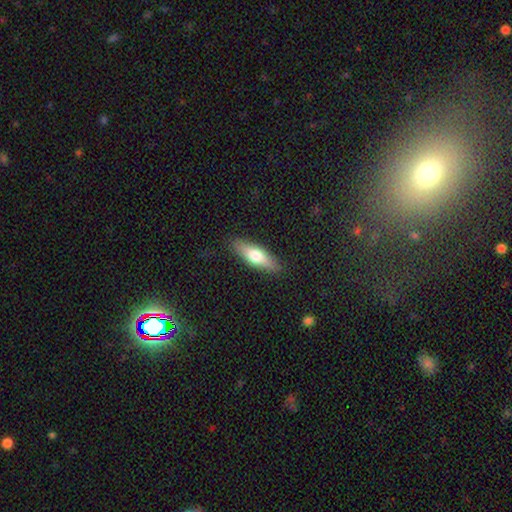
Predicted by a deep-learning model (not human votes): smooth-or-featured: smooth: 66% | featured or disk: 28% | star or artifact: 6%
  how-rounded: cigar-shaped: 51% | in between: 47% | round: 2%
  merging: none: 87% | minor disturbance: 10% | major disturbance: 2% | merger: 1%